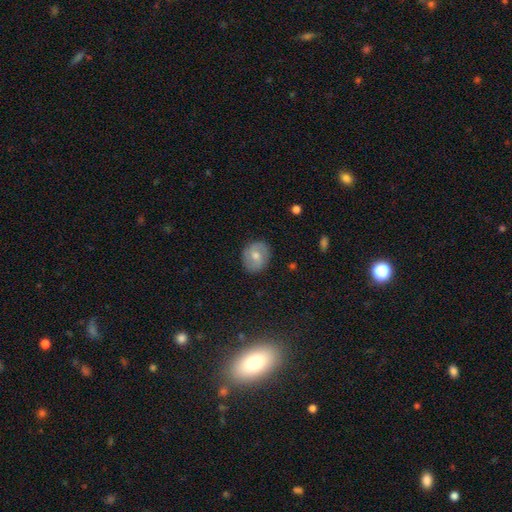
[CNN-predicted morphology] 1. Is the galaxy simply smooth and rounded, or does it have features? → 55% smooth, 37% featured or disk, 8% star or artifact.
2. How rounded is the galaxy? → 63% round, 36% in between, 1% cigar-shaped.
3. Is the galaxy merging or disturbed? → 85% none, 11% minor disturbance, 3% major disturbance, 1% merger.